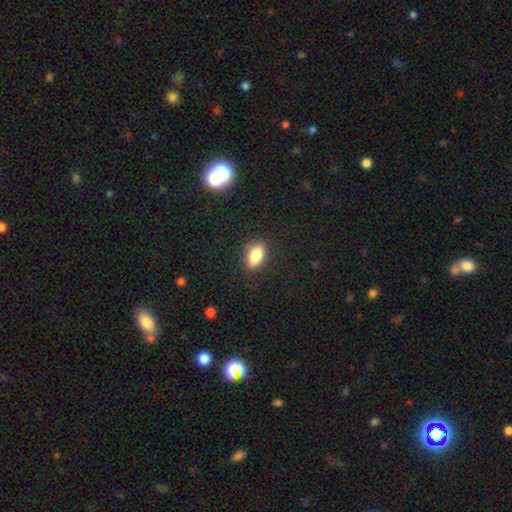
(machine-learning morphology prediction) Smooth or featured? smooth (81%)
How rounded? in between (86%)
Merging? none (85%)